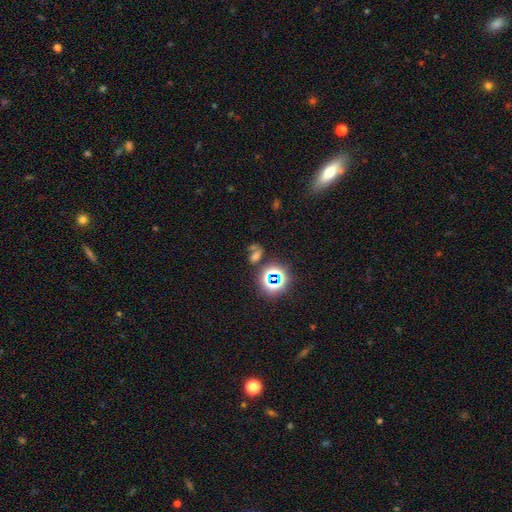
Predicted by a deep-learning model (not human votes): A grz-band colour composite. It shows a star or artifact, not a galaxy (44%).